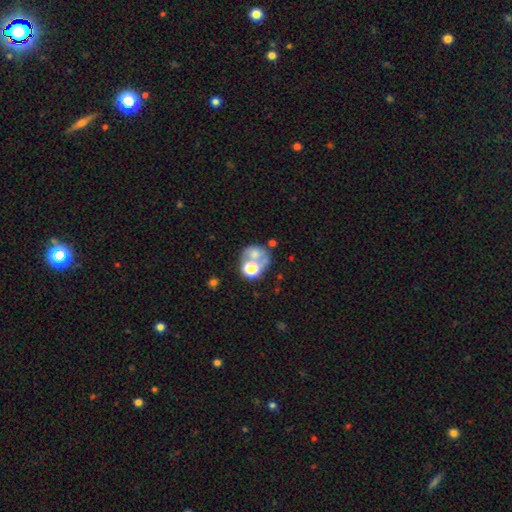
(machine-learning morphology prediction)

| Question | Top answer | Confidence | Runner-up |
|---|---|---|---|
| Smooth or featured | smooth | 57% | featured or disk (25%) |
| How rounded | round | 58% | in between (41%) |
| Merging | merger | 42% | none (30%) |